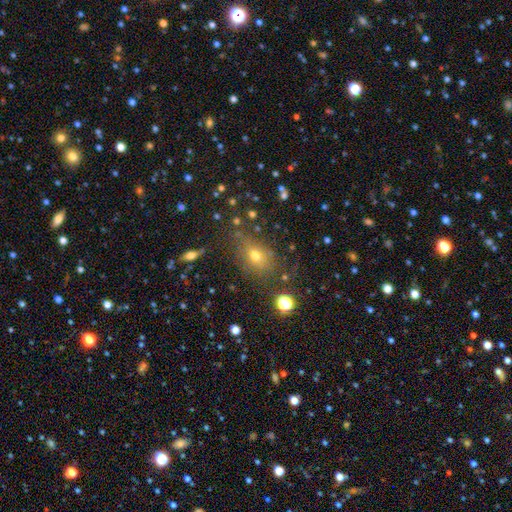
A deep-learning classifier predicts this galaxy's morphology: The model was most divided on "how rounded": in between: 63%, round: 33%, cigar-shaped: 4%. More confident: merging — none (74%); smooth or featured — smooth (62%).